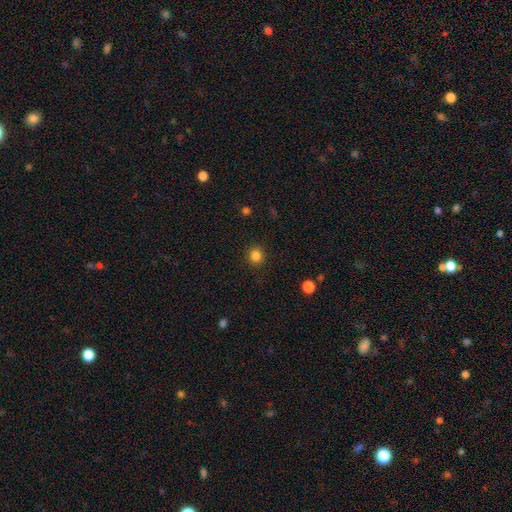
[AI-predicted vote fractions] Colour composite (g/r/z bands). It shows a smooth galaxy with no disk features (84%) that is round (90%). Merging: none (91%).